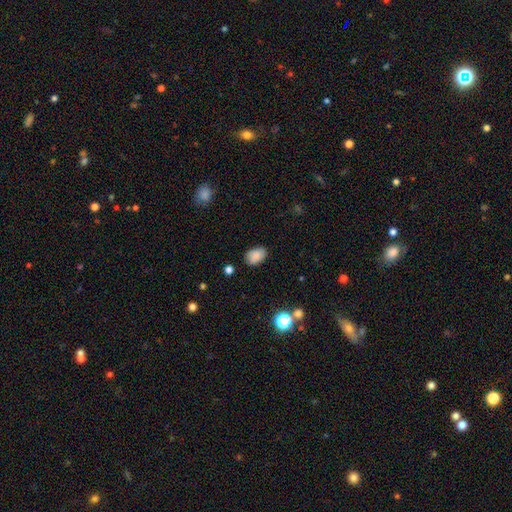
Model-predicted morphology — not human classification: Overall: smooth (81%). How rounded: in between (85%). Merging: none (83%).